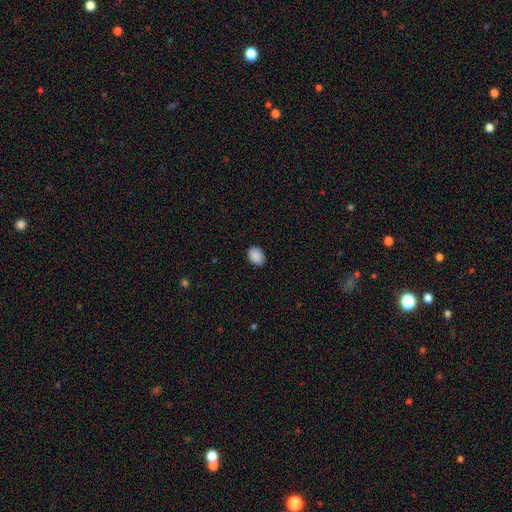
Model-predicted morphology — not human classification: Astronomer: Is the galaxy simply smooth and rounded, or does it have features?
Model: smooth — 90%.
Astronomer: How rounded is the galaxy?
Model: in between — 72%.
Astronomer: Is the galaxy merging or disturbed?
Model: none — 87%.